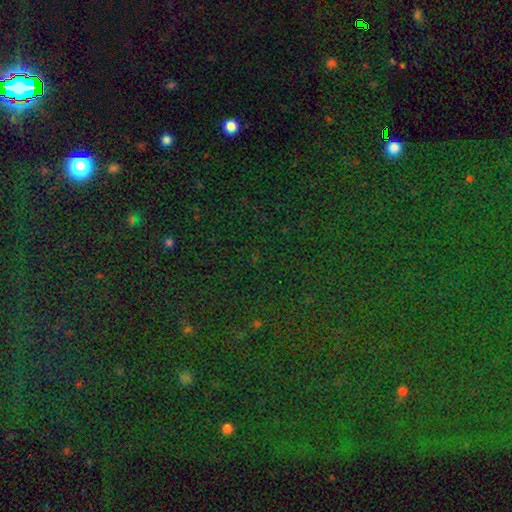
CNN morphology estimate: A star or artifact, not a galaxy (83%).

Vote fractions:
- Smooth or featured? star or artifact: 83% / smooth: 10% / featured or disk: 7%